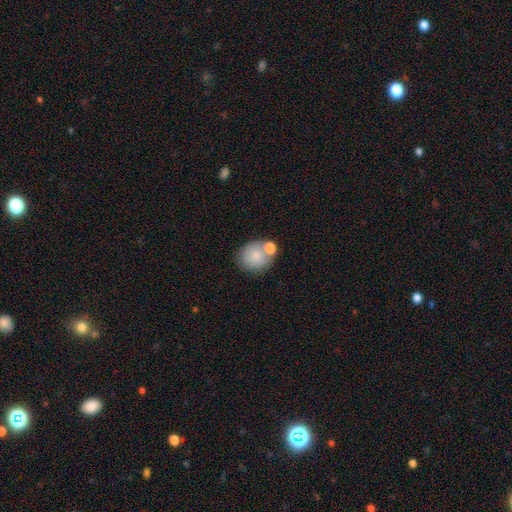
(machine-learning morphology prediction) smooth-or-featured: smooth: 81% | featured or disk: 11% | star or artifact: 8%
  how-rounded: round: 75% | in between: 24% | cigar-shaped: 1%
  merging: none: 54% | merger: 28% | minor disturbance: 13% | major disturbance: 5%